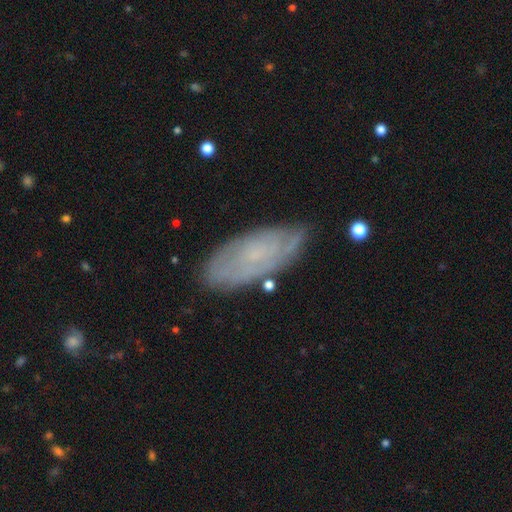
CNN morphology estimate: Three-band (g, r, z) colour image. It shows a featured or disk galaxy (54%). Merging: none (73%).